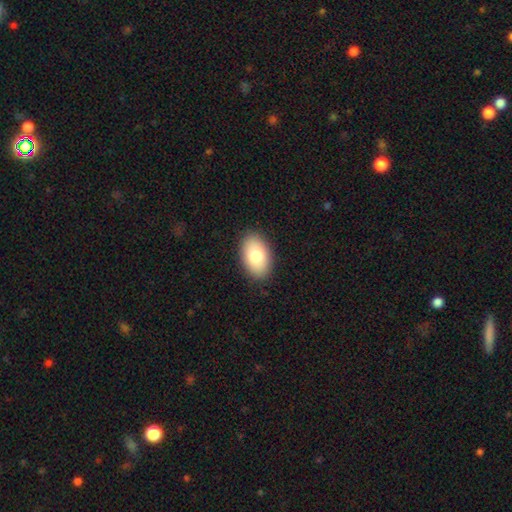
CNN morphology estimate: This appears to be a smooth galaxy with no disk features (81%) that is in between round and cigar-shaped (92%). Merging: none (89%).